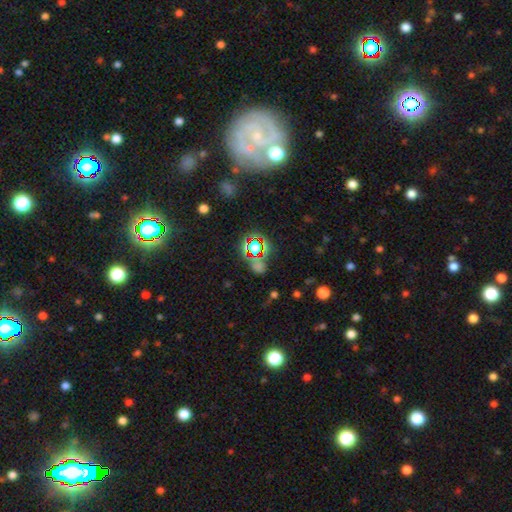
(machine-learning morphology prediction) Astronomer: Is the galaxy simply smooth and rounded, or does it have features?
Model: star or artifact — 48% (runner-up: featured or disk, 30%).